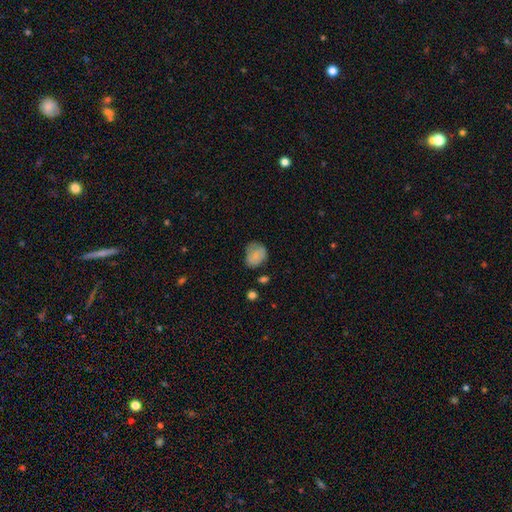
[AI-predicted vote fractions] The model was most divided on "how rounded": round: 53%, in between: 46%, cigar-shaped: 1%. More confident: smooth or featured — smooth (80%); merging — none (55%).